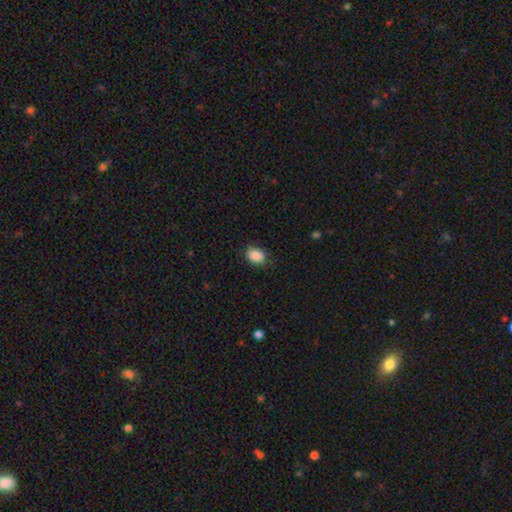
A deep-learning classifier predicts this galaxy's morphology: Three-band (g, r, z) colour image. It shows a smooth galaxy with no disk features (88%) that is in between round and cigar-shaped (69%). Merging: none (80%).